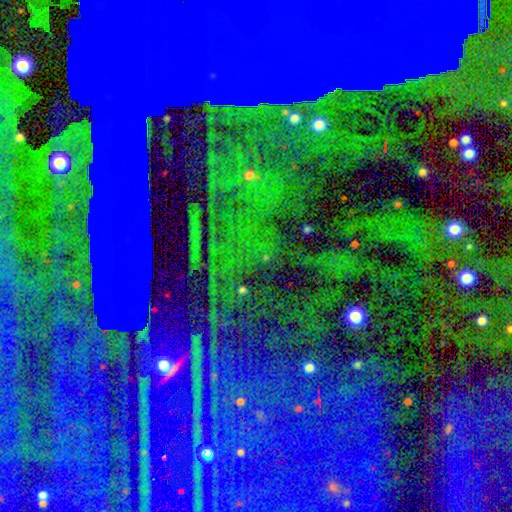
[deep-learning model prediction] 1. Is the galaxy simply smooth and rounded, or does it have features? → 87% star or artifact, 7% featured or disk, 6% smooth.